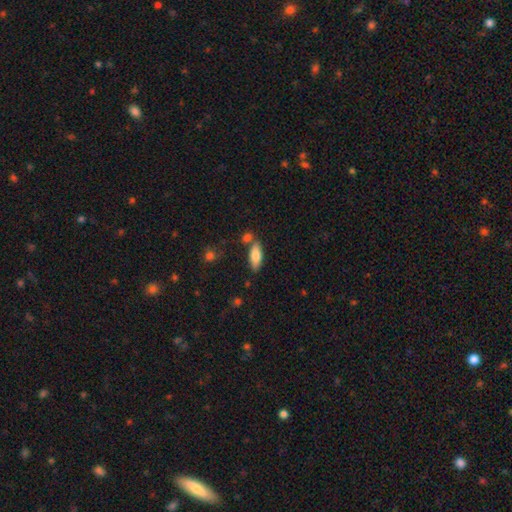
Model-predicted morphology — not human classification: Smooth or featured: smooth — 77% (featured or disk — 17%)
How rounded: in between — 69% (cigar-shaped — 29%)
Merging: none — 73% (minor disturbance — 13%)